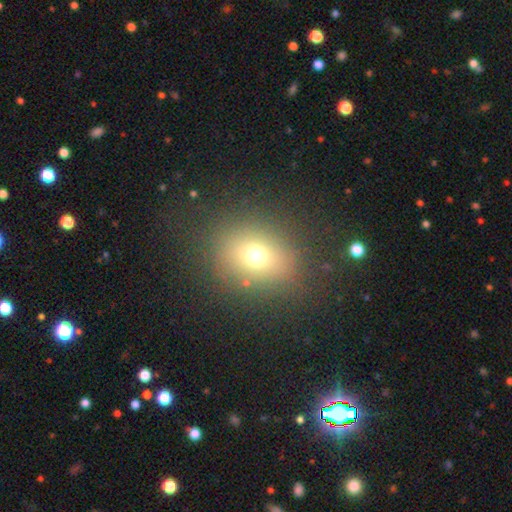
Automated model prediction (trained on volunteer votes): This is likely a smooth galaxy (70%). How rounded: possibly round (59%). Merging: clearly none (83%).